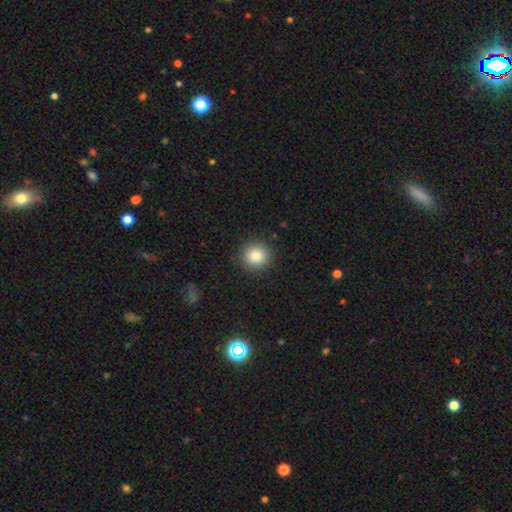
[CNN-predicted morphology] This appears to be a smooth galaxy with no disk features (84%) that is round (93%). Merging: none (91%).